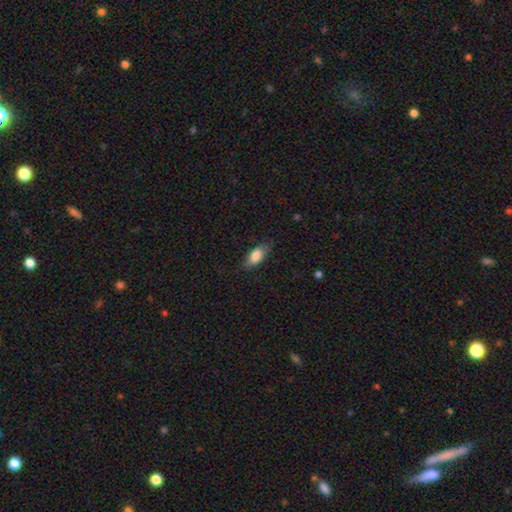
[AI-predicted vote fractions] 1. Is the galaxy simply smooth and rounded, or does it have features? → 80% smooth, 13% featured or disk, 7% star or artifact.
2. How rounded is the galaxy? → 82% in between, 15% cigar-shaped, 3% round.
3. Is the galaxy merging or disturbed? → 76% none, 18% minor disturbance, 5% major disturbance, 1% merger.